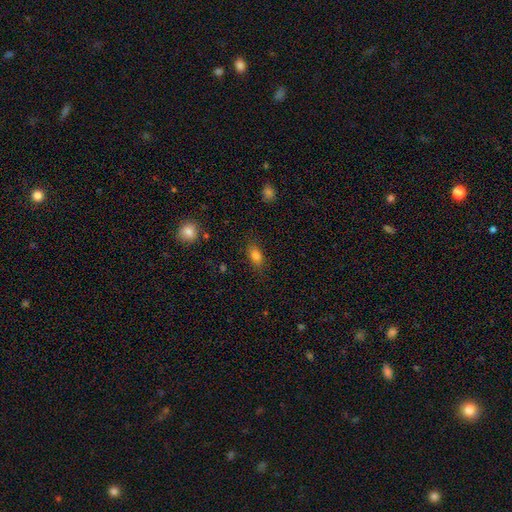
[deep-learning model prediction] Smooth or featured?
  - smooth: 81% *
  - star or artifact: 10%
  - featured or disk: 9%
How rounded?
  - in between: 84% *
  - round: 10%
  - cigar-shaped: 7%
Merging?
  - none: 82% *
  - minor disturbance: 13%
  - major disturbance: 4%
  - merger: 2%